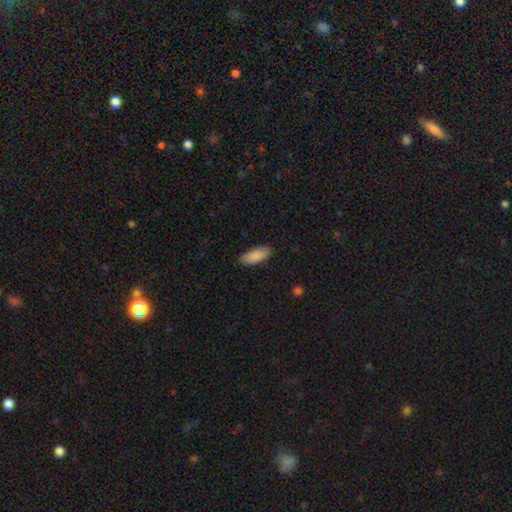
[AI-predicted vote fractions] Morphology: type=smooth (89%); roundness=in between (81%); merging=none (87%).